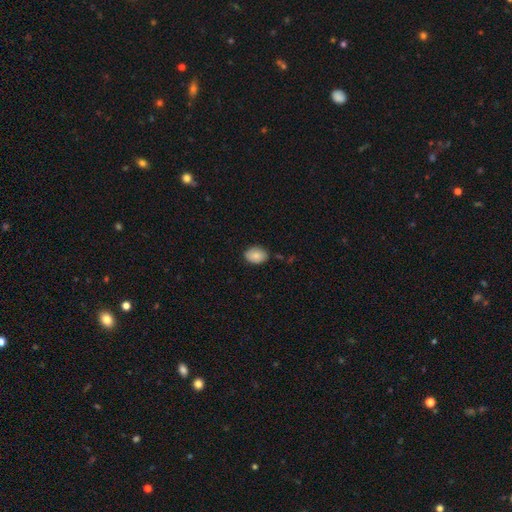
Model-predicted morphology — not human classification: This is clearly a smooth galaxy (86%). How rounded: likely in between (71%). Merging: clearly none (82%).